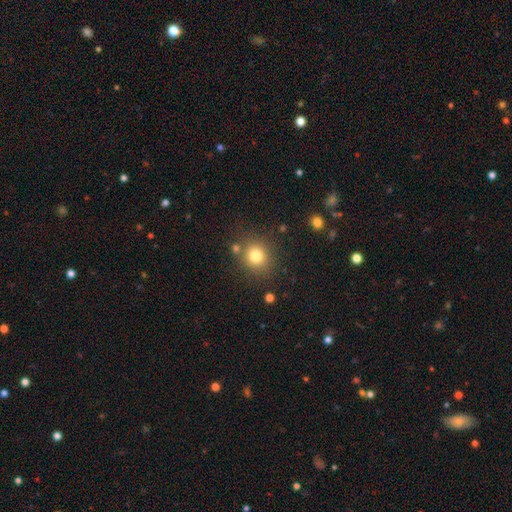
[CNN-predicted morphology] A smooth galaxy with no disk features (78%) that is round (86%). Merging: none (79%).